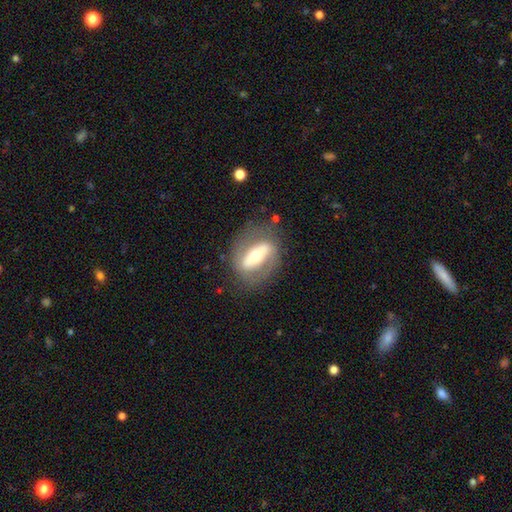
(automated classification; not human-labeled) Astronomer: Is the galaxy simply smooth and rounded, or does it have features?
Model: featured or disk — 70%.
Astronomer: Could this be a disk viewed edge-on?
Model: no — 83%.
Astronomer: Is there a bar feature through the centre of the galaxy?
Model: strong — 66%.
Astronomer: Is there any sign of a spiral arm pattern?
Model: no — 53% (runner-up: yes, 47%).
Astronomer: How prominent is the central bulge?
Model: moderate — 61%.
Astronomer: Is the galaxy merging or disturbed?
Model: none — 73%.